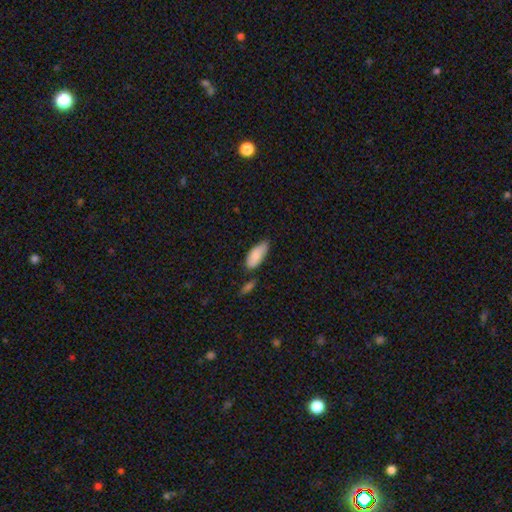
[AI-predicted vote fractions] Morphology: type=smooth (85%); roundness=in between (85%); merging=none (57%).